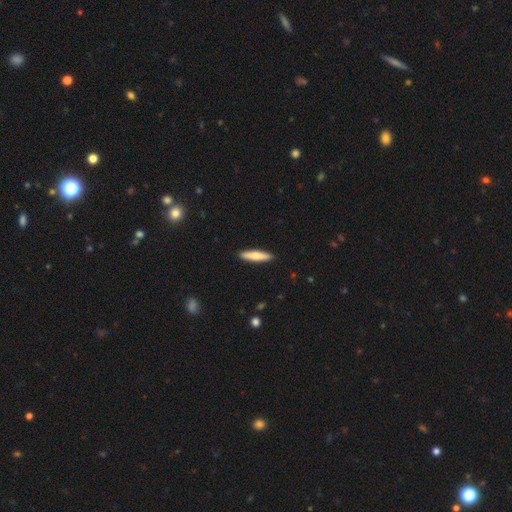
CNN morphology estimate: A smooth galaxy with no disk features (69%) that is cigar-shaped (84%). Merging: none (91%).